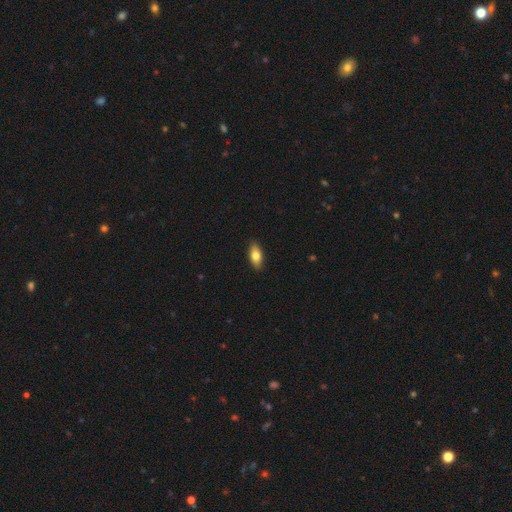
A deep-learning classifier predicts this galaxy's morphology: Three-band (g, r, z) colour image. It shows a smooth galaxy with no disk features (77%) that is in between round and cigar-shaped (87%). Merging: none (89%).